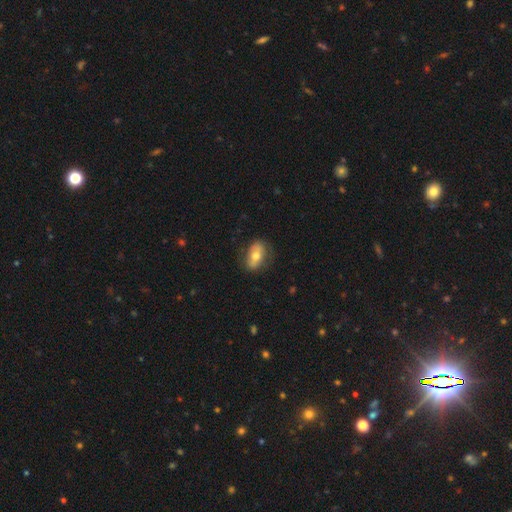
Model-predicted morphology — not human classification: type=smooth (63%); roundness=in between (87%); merging=none (77%).